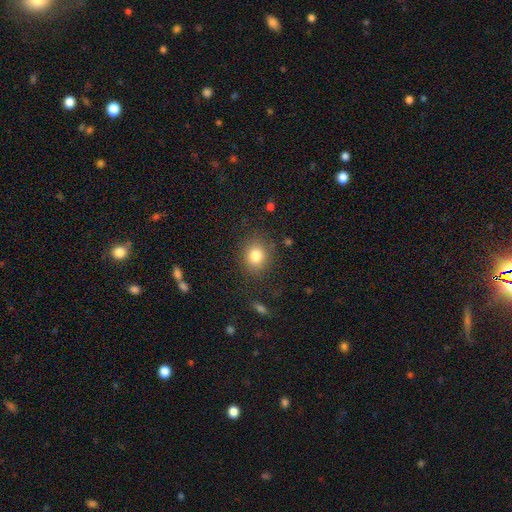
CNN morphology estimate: Smooth or featured: smooth — 82% (star or artifact — 11%)
How rounded: round — 68% (in between — 31%)
Merging: none — 84% (minor disturbance — 11%)